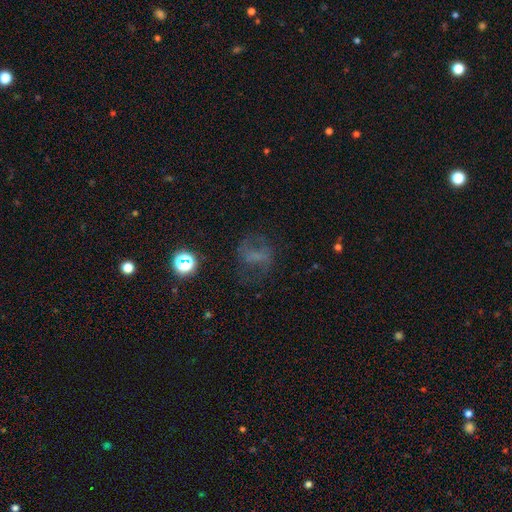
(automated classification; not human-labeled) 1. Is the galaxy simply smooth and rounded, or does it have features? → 46% featured or disk, 30% smooth, 24% star or artifact.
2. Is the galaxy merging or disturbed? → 61% none, 19% major disturbance, 17% minor disturbance, 2% merger.